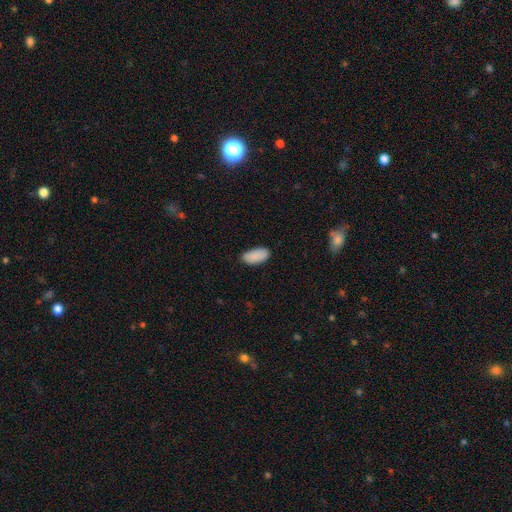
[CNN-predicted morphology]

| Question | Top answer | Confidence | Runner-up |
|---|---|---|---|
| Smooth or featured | smooth | 90% | star or artifact (7%) |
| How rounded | in between | 94% | cigar-shaped (4%) |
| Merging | none | 82% | minor disturbance (15%) |